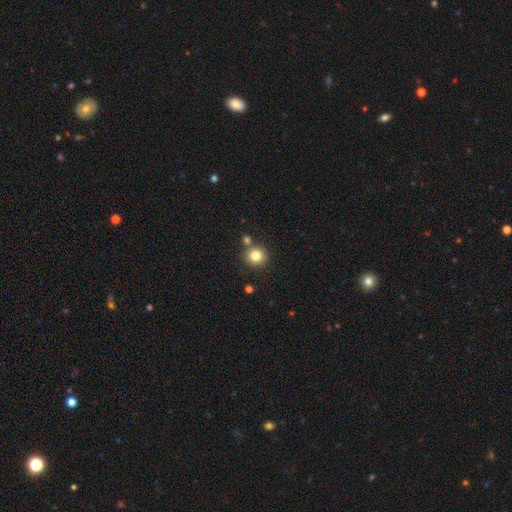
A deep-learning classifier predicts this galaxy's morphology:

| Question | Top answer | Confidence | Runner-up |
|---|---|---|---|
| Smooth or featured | smooth | 82% | star or artifact (11%) |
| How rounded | round | 91% | in between (8%) |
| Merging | none | 76% | merger (13%) |